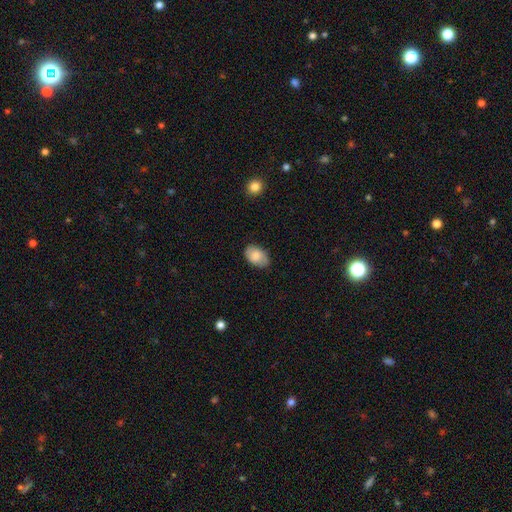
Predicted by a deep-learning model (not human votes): smooth-or-featured: smooth: 82% | featured or disk: 11% | star or artifact: 7%
  how-rounded: in between: 89% | round: 10% | cigar-shaped: 1%
  merging: none: 78% | minor disturbance: 17% | major disturbance: 3% | merger: 1%